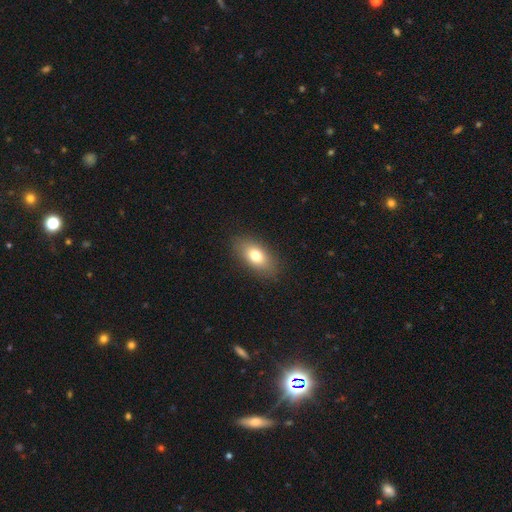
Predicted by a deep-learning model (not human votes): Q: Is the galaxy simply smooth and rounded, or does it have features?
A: smooth — 76%.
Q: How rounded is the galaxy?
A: in between — 87%.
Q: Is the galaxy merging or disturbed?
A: none — 87%.